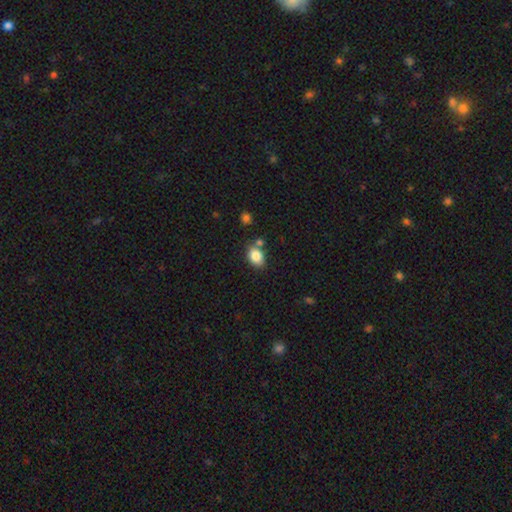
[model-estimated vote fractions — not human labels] Smooth or featured? smooth (84%)
How rounded? in between (72%)
Merging? none (68%)